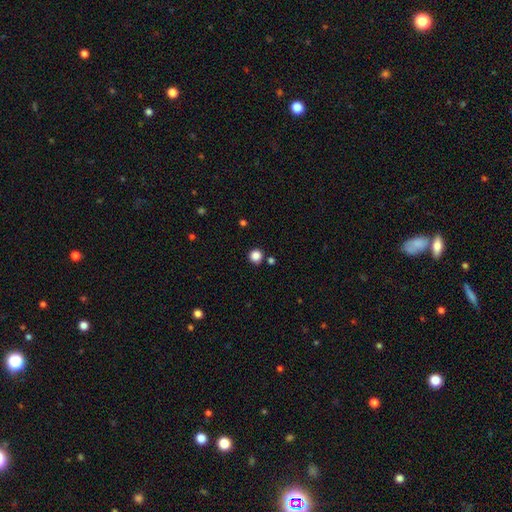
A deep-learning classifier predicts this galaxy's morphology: Smooth or featured?
  - smooth: 85% *
  - star or artifact: 12%
  - featured or disk: 3%
How rounded?
  - round: 95% *
  - in between: 4%
  - cigar-shaped: 1%
Merging?
  - none: 87% *
  - minor disturbance: 6%
  - merger: 5%
  - major disturbance: 2%